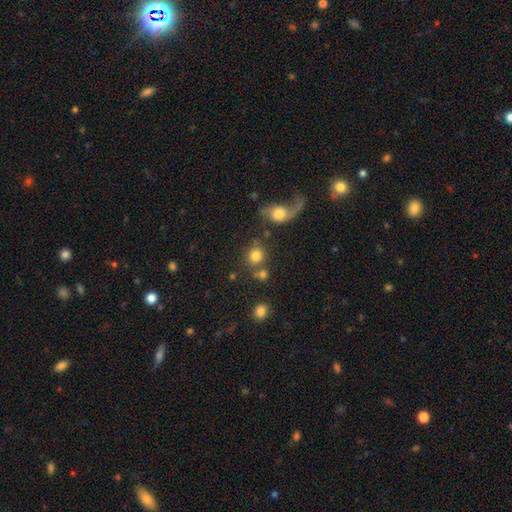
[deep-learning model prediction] Overall: smooth (79%). How rounded: round (82%). Merging: none (63%).